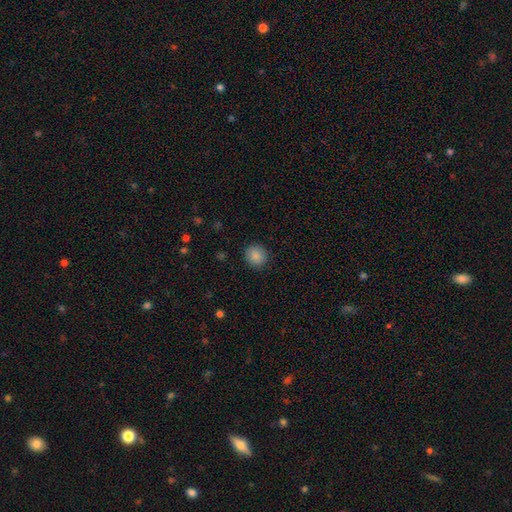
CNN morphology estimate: smooth_or_featured: smooth (p=0.88) [alt: star or artifact p=0.09]
how_rounded: round (p=0.88) [alt: in between p=0.11]
merging: none (p=0.90) [alt: minor disturbance p=0.07]